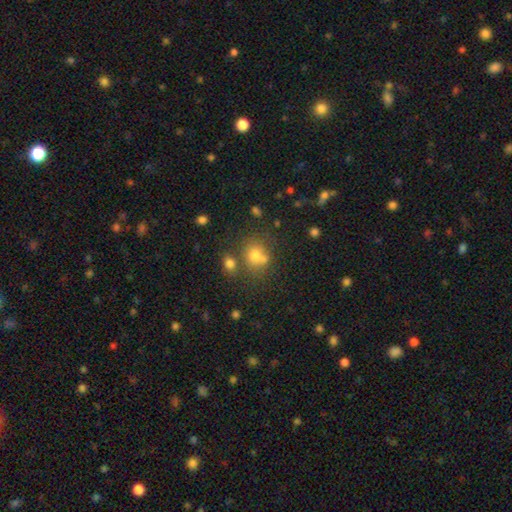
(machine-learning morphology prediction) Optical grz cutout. It shows a smooth galaxy with no disk features (71%) that is round (76%). Merging: none (55%).